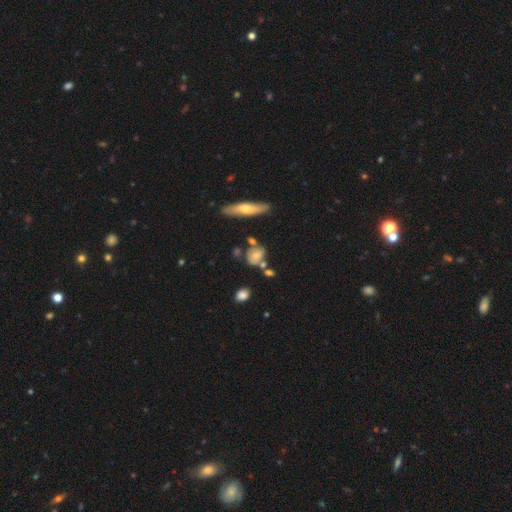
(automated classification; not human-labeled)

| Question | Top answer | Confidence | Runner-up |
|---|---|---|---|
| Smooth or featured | smooth | 54% | featured or disk (35%) |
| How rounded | round | 49% | in between (45%) |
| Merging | none | 55% | minor disturbance (21%) |